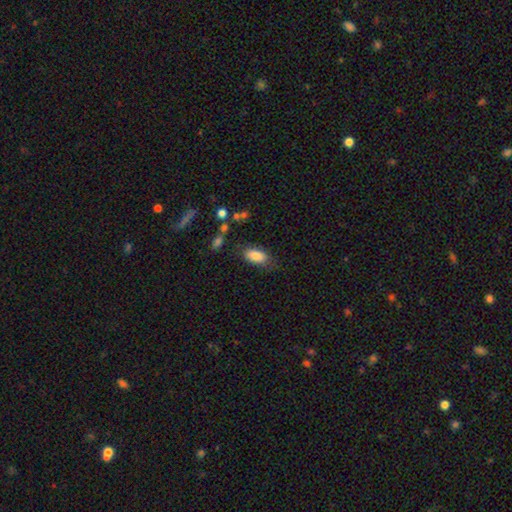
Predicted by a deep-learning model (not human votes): Q: Smooth or featured?
A: smooth (85%); runner-up: featured or disk (8%)
Q: How rounded?
A: in between (90%); runner-up: cigar-shaped (7%)
Q: Merging?
A: none (73%); runner-up: minor disturbance (18%)